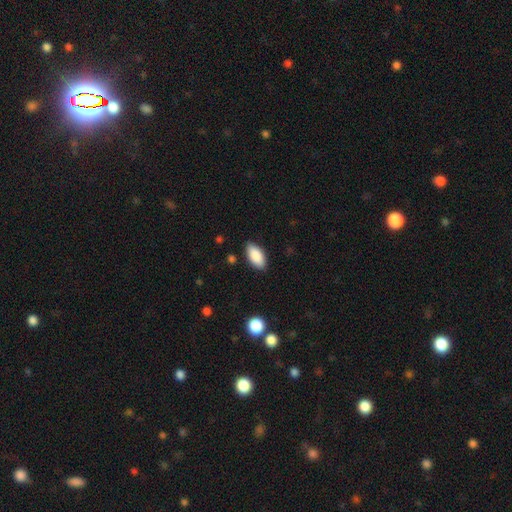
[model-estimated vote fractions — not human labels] smooth 88%, star or artifact 6%, featured or disk 6%. Down the decision tree: how rounded — in between (93%); merging — none (86%).